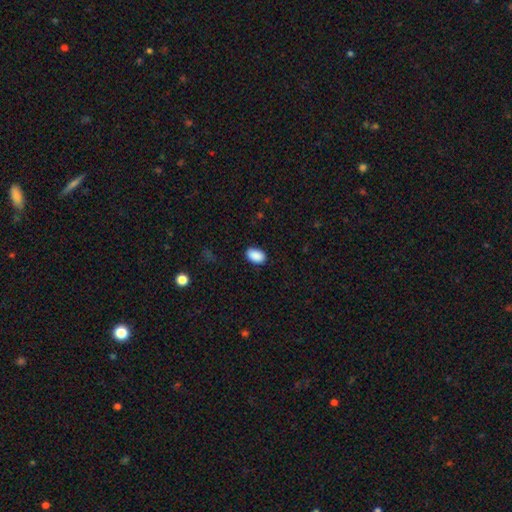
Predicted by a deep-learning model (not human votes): smooth-or-featured: smooth: 90% | star or artifact: 7% | featured or disk: 3%
  how-rounded: in between: 90% | round: 9% | cigar-shaped: 1%
  merging: none: 87% | minor disturbance: 9% | major disturbance: 2% | merger: 1%